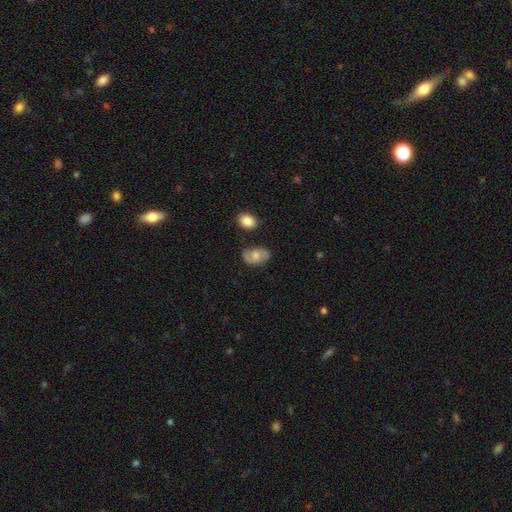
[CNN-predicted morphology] This appears to be a smooth galaxy with no disk features (54%) that is in between round and cigar-shaped (86%). Merging: none (72%).